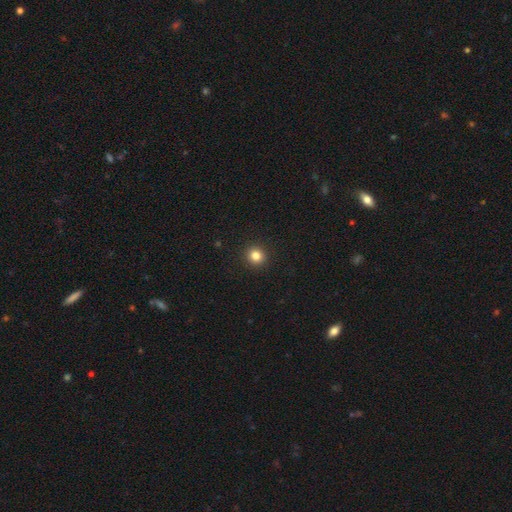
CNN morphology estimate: Q: Smooth or featured?
A: smooth (83%); runner-up: star or artifact (12%)
Q: How rounded?
A: round (92%); runner-up: in between (7%)
Q: Merging?
A: none (93%); runner-up: minor disturbance (4%)